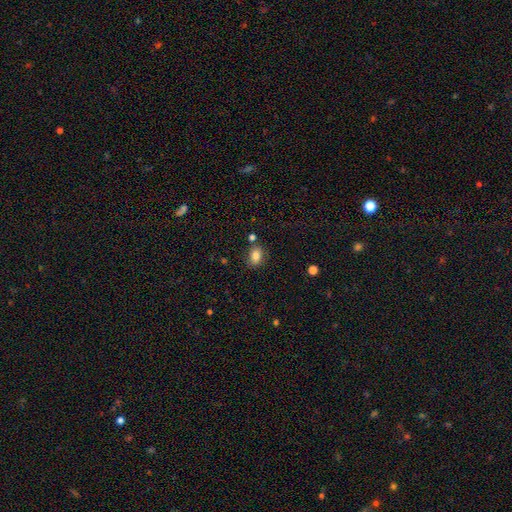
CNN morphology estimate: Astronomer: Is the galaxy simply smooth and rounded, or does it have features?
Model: smooth — 83%.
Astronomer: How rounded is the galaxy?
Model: in between — 74%.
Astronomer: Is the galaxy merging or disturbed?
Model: none — 76%.